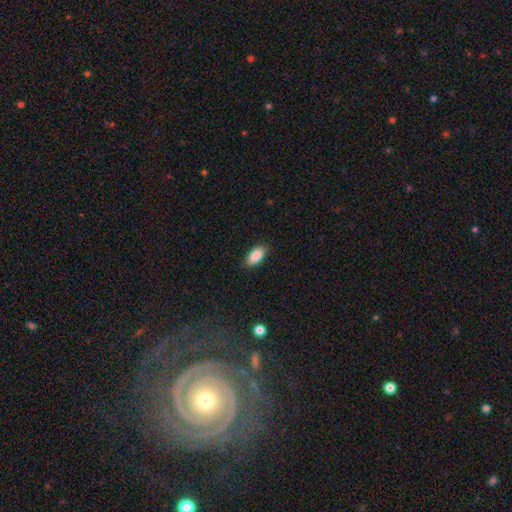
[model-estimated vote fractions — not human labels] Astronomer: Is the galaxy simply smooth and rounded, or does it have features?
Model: smooth — 87%.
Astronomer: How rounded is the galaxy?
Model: in between — 91%.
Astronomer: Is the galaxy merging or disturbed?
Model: none — 87%.